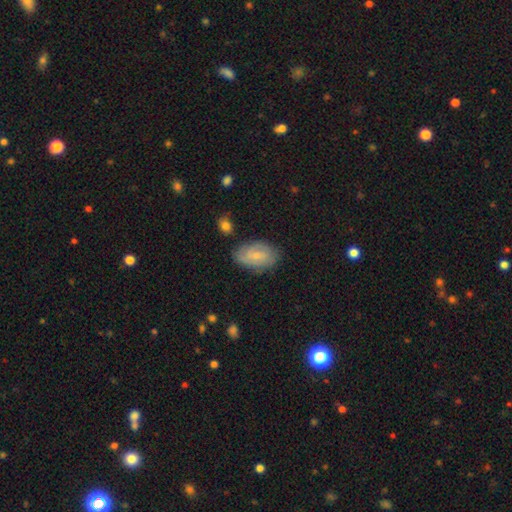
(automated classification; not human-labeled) Smooth or featured? smooth (53%)
How rounded? in between (91%)
Merging? none (75%)